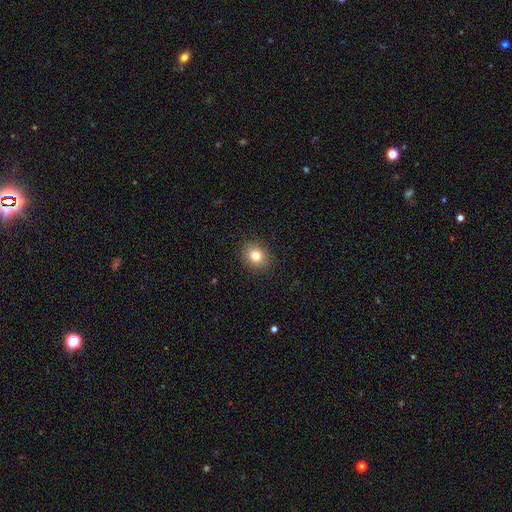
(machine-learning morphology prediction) Overall: smooth (80%). How rounded: round (64%; in between 35%). Merging: none (89%).